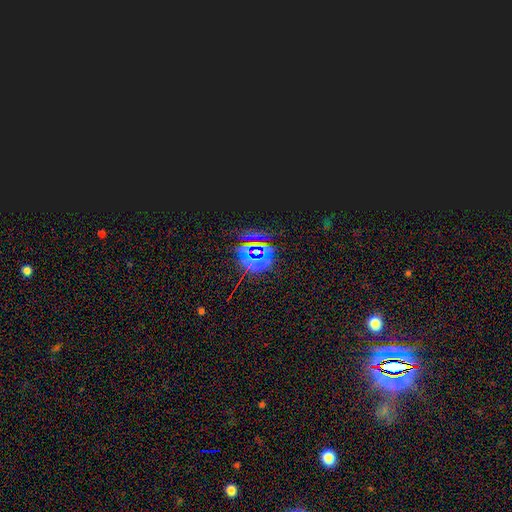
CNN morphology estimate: Smooth or featured: star or artifact — 79% (smooth — 13%)